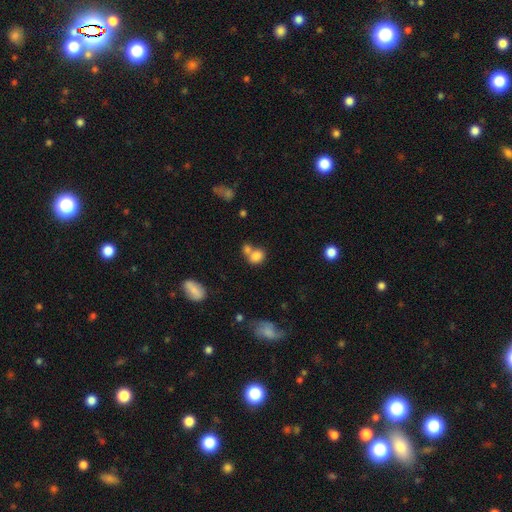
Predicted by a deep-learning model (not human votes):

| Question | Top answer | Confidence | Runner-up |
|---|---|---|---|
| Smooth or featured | smooth | 81% | star or artifact (10%) |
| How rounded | round | 50% | in between (49%) |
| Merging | merger | 45% | none (40%) |